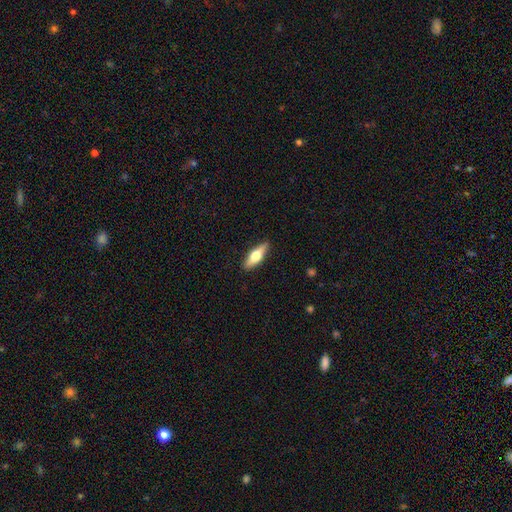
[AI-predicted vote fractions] Q: Smooth or featured?
A: smooth (50%); runner-up: featured or disk (44%)
Q: Merging?
A: none (88%); runner-up: minor disturbance (9%)